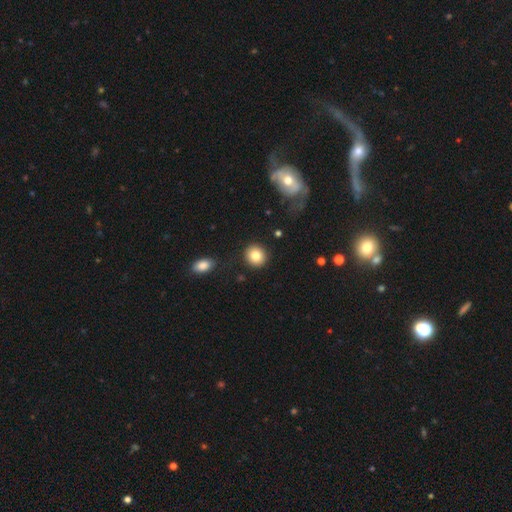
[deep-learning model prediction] smooth-or-featured: smooth: 84% | star or artifact: 9% | featured or disk: 8%
  how-rounded: round: 88% | in between: 11% | cigar-shaped: 1%
  merging: none: 89% | minor disturbance: 6% | major disturbance: 2% | merger: 2%